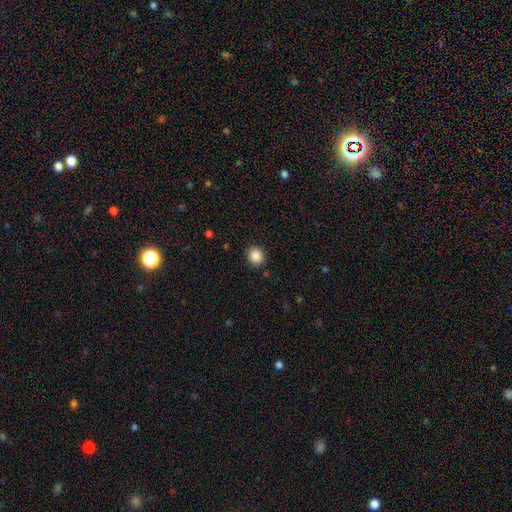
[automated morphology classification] A smooth galaxy with no disk features (87%) that is round (85%).

Vote fractions:
- Smooth or featured? smooth: 87% / star or artifact: 10% / featured or disk: 4%
- How rounded? round: 85% / in between: 14% / cigar-shaped: 1%
- Merging? none: 91% / minor disturbance: 6% / major disturbance: 2% / merger: 1%